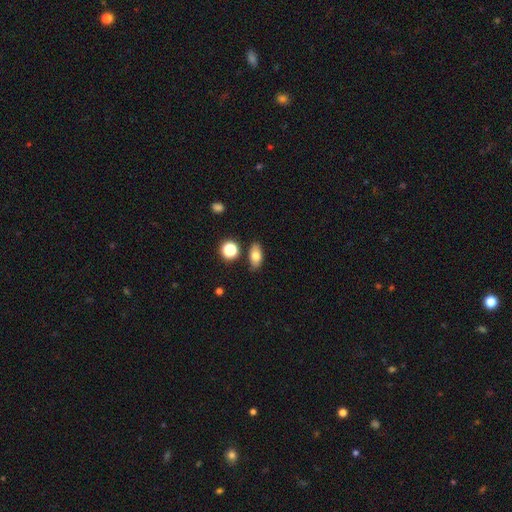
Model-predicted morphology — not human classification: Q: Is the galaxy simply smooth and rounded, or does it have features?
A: smooth — 74%.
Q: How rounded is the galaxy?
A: in between — 83%.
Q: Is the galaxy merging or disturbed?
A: none — 81%.